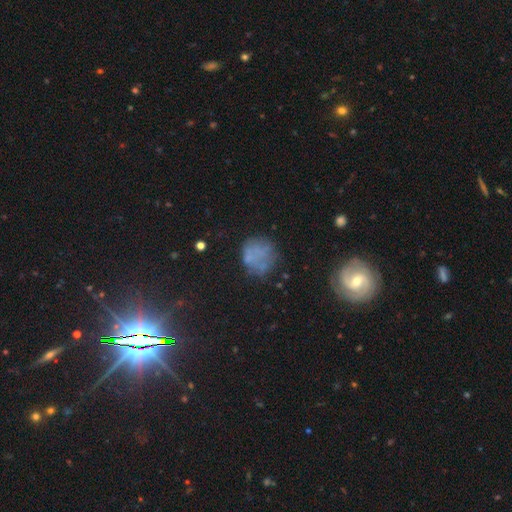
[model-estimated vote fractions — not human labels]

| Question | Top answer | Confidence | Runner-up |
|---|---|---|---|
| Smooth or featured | smooth | 48% | featured or disk (34%) |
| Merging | none | 54% | minor disturbance (22%) |